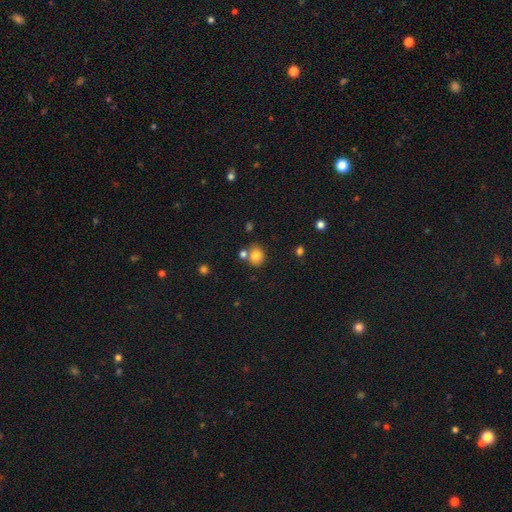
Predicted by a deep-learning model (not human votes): The model was most divided on "how rounded": round: 70%, in between: 29%, cigar-shaped: 1%. More confident: smooth or featured — smooth (79%); merging — none (65%).